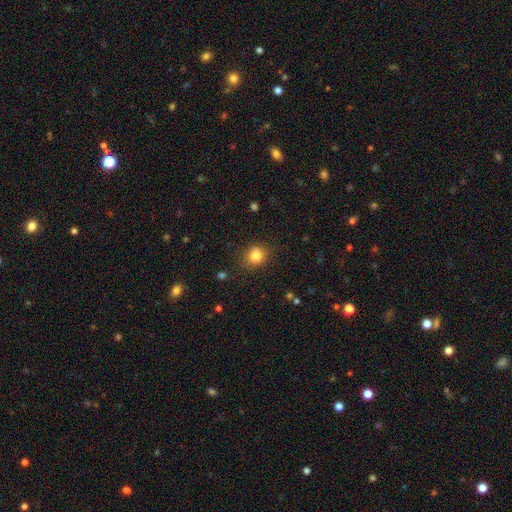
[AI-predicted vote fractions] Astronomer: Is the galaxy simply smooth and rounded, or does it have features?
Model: smooth — 82%.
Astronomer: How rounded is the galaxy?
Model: round — 72%.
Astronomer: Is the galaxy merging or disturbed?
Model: none — 75%.